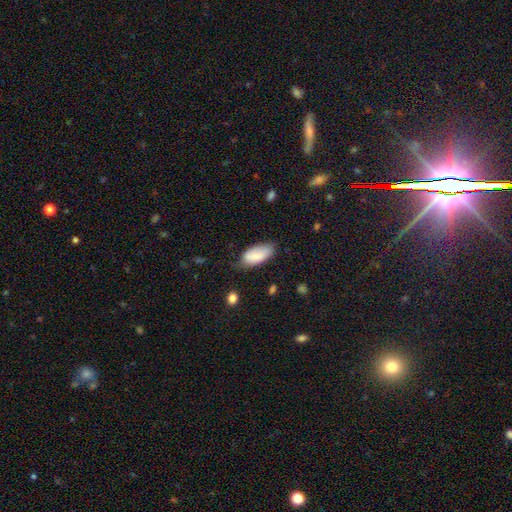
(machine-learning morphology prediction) This appears to be a smooth galaxy with no disk features (83%) that is in between round and cigar-shaped (91%). Merging: none (58%).